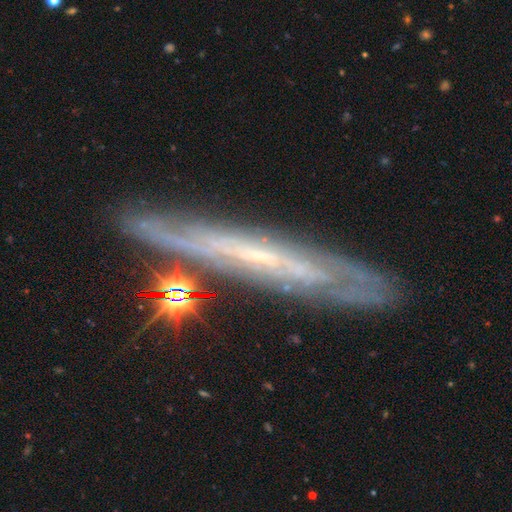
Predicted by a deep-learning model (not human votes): Q: Smooth or featured?
A: featured or disk (76%); runner-up: smooth (16%)
Q: Edge-on disk?
A: yes (69%); runner-up: no (31%)
Q: Edge-on bulge?
A: none (73%); runner-up: rounded (21%)
Q: Merging?
A: none (78%); runner-up: minor disturbance (14%)